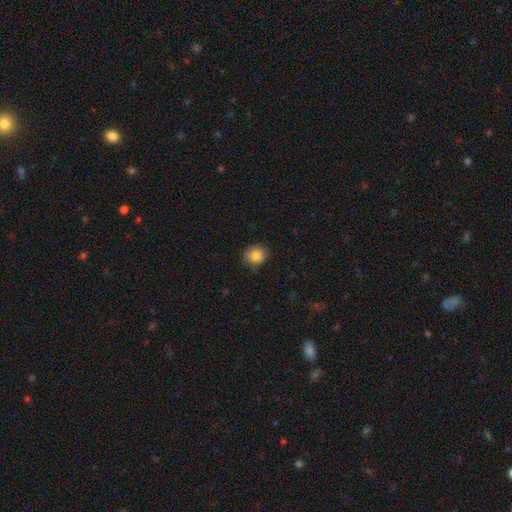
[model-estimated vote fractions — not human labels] Smooth or featured? Predicted: smooth (p=0.86). How rounded? Predicted: round (p=0.81). Merging? Predicted: none (p=0.77).